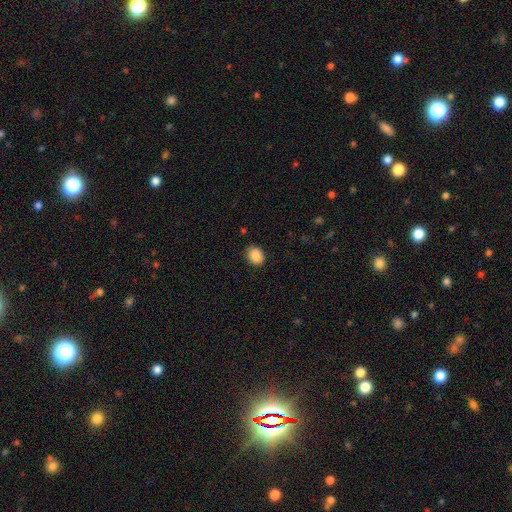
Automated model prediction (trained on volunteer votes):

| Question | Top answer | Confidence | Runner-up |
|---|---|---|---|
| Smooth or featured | smooth | 89% | star or artifact (8%) |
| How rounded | in between | 53% | round (46%) |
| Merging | none | 87% | minor disturbance (10%) |